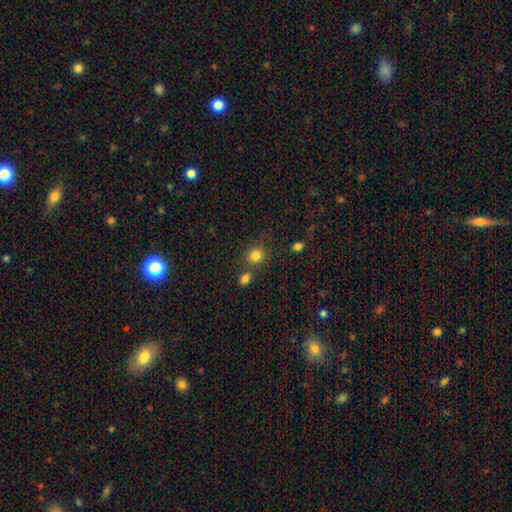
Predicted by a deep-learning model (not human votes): smooth-or-featured: smooth: 82% | star or artifact: 12% | featured or disk: 6%
  how-rounded: round: 80% | in between: 19% | cigar-shaped: 1%
  merging: none: 66% | merger: 19% | minor disturbance: 11% | major disturbance: 4%